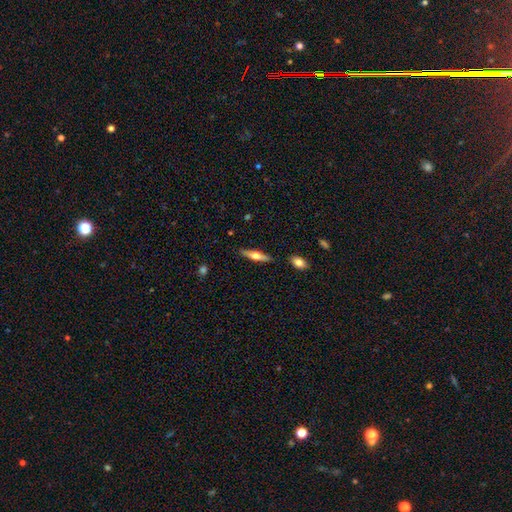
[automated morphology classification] smooth_or_featured: featured or disk (p=0.52) [alt: smooth p=0.42]
disk_edge_on: yes (p=0.94) [alt: no p=0.06]
merging: none (p=0.86) [alt: minor disturbance p=0.10]